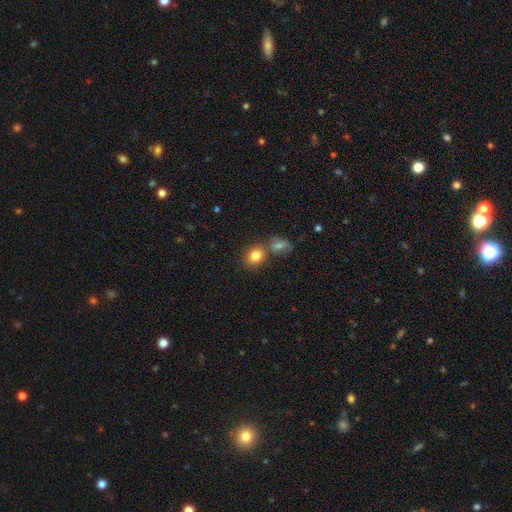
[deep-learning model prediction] Smooth or featured? Predicted: smooth (p=0.82). How rounded? Predicted: round (p=0.64). Merging? Predicted: none (p=0.58).